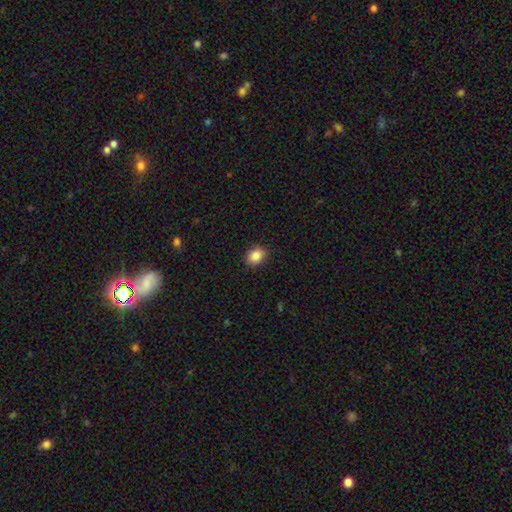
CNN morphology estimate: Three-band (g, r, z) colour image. It shows a smooth galaxy with no disk features (88%) that is in between round and cigar-shaped (59%). Merging: none (89%).